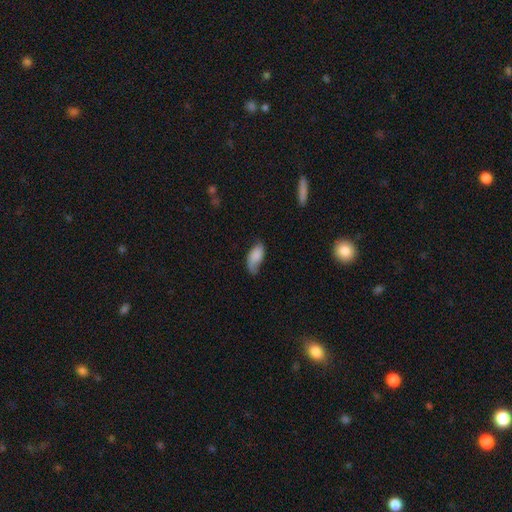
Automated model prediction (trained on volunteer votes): Smooth or featured? smooth (69%)
How rounded? in between (92%)
Merging? none (45%)